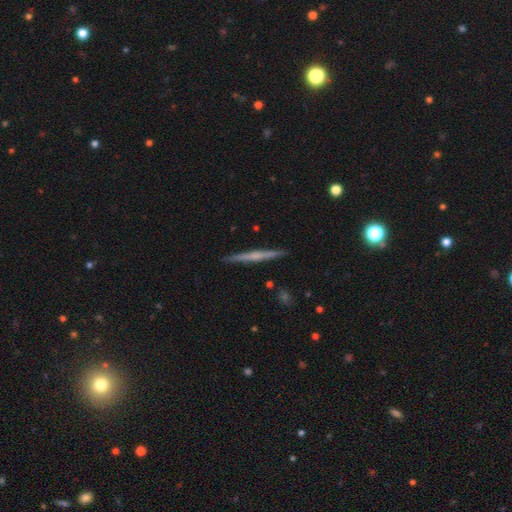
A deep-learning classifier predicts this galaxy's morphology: Smooth or featured? Predicted: featured or disk (p=0.59). Edge-on disk? Predicted: yes (p=0.98). Edge-on bulge? Predicted: none (p=0.63). Merging? Predicted: none (p=0.91).